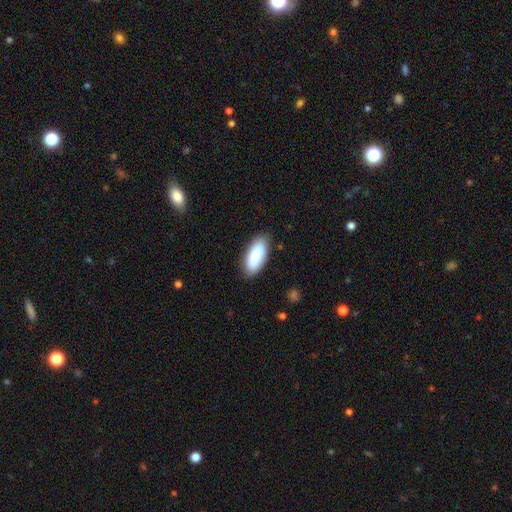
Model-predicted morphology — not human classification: Smooth or featured? Predicted: smooth (p=0.88). How rounded? Predicted: in between (p=0.87). Merging? Predicted: none (p=0.85).